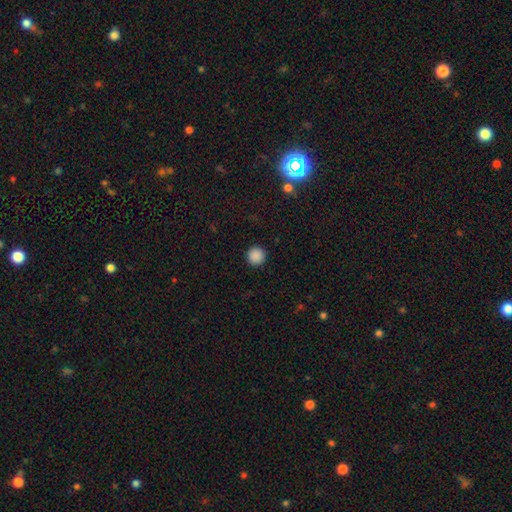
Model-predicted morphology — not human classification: smooth-or-featured: smooth: 88% | star or artifact: 10% | featured or disk: 2%
  how-rounded: round: 96% | in between: 3% | cigar-shaped: 1%
  merging: none: 93% | minor disturbance: 4% | major disturbance: 2% | merger: 1%